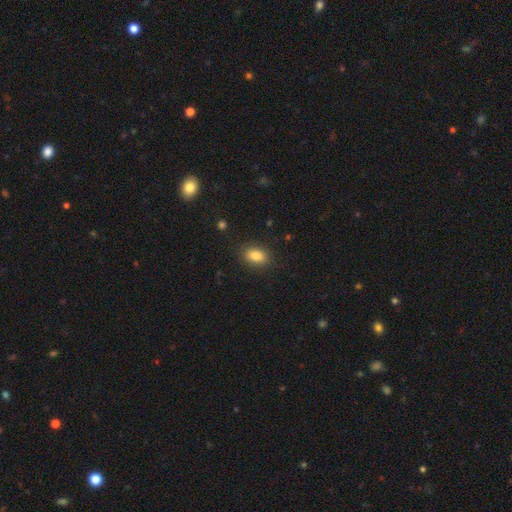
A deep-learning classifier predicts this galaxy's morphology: smooth-or-featured: smooth: 84% | star or artifact: 9% | featured or disk: 7%
  how-rounded: in between: 83% | round: 16% | cigar-shaped: 2%
  merging: none: 86% | minor disturbance: 10% | major disturbance: 3% | merger: 1%